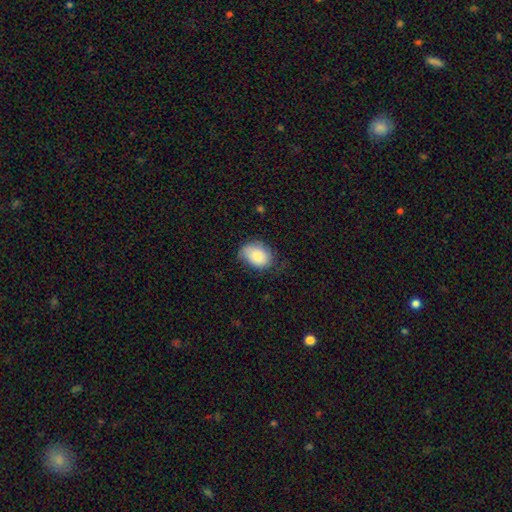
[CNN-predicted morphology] This appears to be a smooth galaxy with no disk features (81%) that is in between round and cigar-shaped (75%). Merging: none (58%).